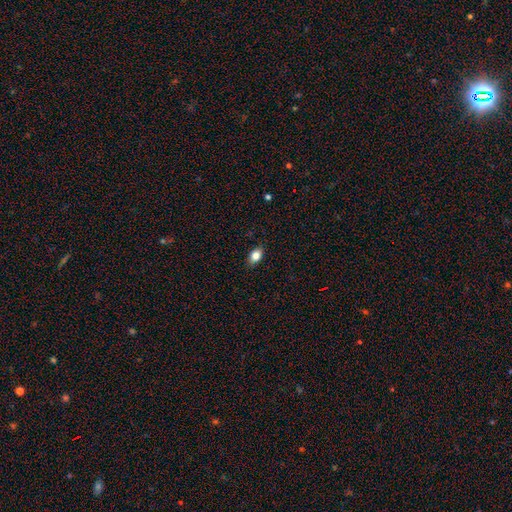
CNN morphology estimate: Smooth or featured? smooth (82%)
How rounded? in between (84%)
Merging? none (87%)